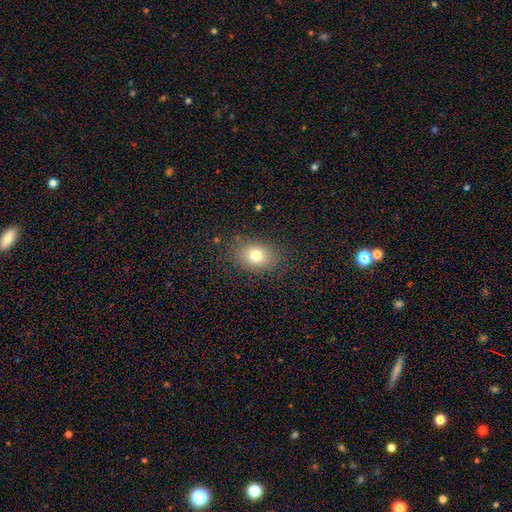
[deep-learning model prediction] Morphology: type=smooth (76%); roundness=in between (66%); merging=none (84%).